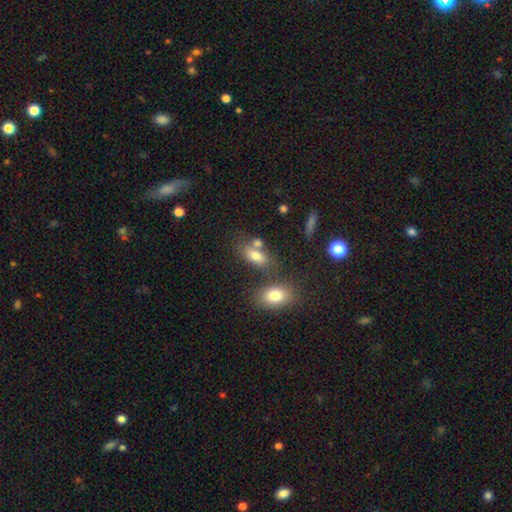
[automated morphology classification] A smooth galaxy with no disk features (74%) that is in between round and cigar-shaped (84%).

Vote fractions:
- Smooth or featured? smooth: 74% / featured or disk: 14% / star or artifact: 11%
- How rounded? in between: 84% / round: 10% / cigar-shaped: 7%
- Merging? none: 51% / merger: 29% / minor disturbance: 14% / major disturbance: 6%